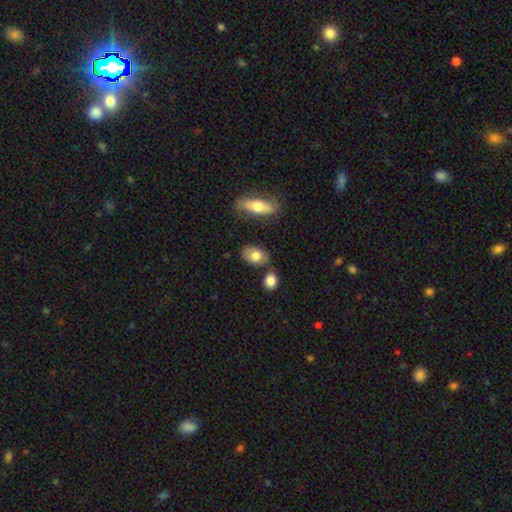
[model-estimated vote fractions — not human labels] Smooth or featured? Predicted: smooth (p=0.78). How rounded? Predicted: in between (p=0.84). Merging? Predicted: none (p=0.71).